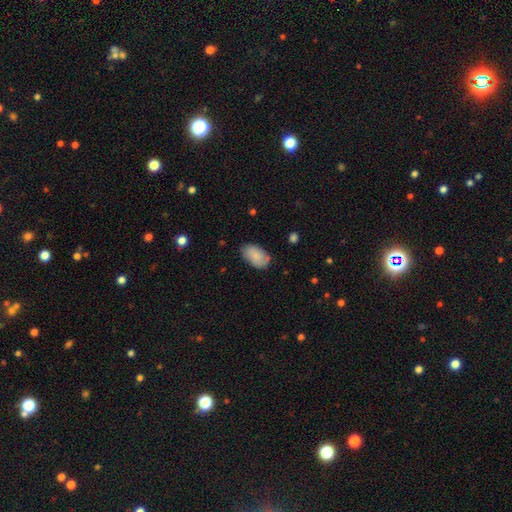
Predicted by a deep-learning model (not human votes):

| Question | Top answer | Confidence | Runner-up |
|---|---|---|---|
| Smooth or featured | smooth | 83% | featured or disk (11%) |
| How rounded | in between | 94% | round (5%) |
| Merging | none | 77% | minor disturbance (18%) |